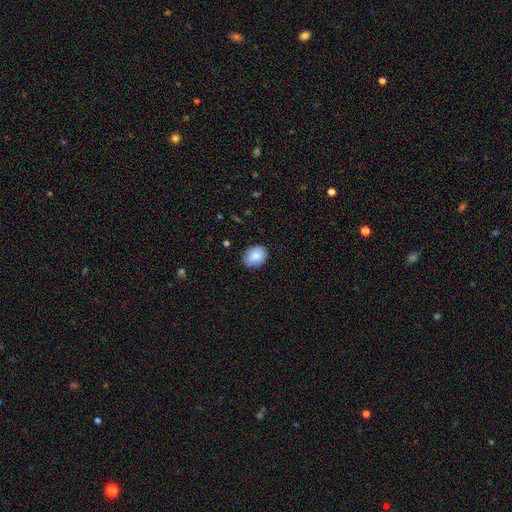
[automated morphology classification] Overall: smooth (86%). How rounded: in between (56%; round 43%). Merging: none (79%).